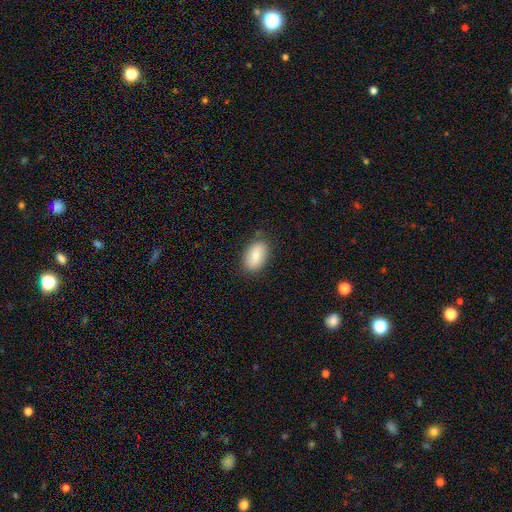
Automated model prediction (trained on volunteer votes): Smooth or featured: smooth — 81% (featured or disk — 12%)
How rounded: in between — 91% (round — 7%)
Merging: none — 82% (minor disturbance — 14%)